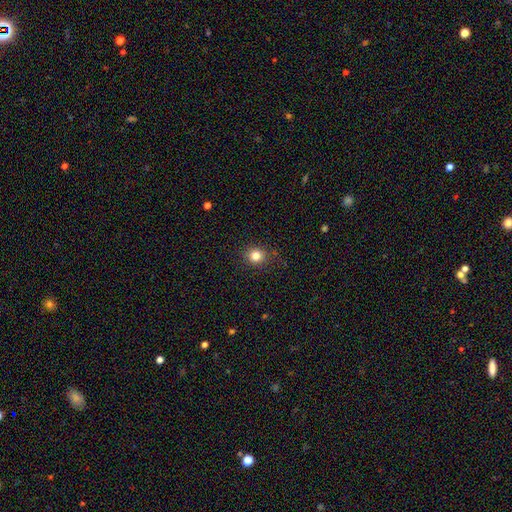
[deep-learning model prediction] The model was most divided on "smooth or featured": smooth: 81%, star or artifact: 13%, featured or disk: 6%. More confident: merging — none (87%); how rounded — round (85%).